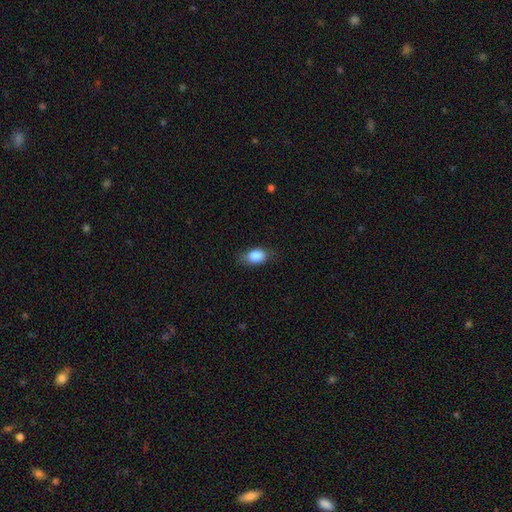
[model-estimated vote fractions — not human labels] Smooth or featured: smooth — 85% (star or artifact — 8%)
How rounded: in between — 82% (round — 15%)
Merging: none — 75% (minor disturbance — 19%)